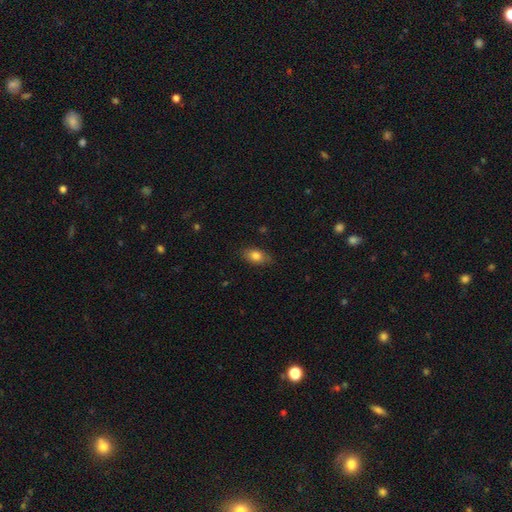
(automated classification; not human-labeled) This appears to be a smooth galaxy with no disk features (82%) that is in between round and cigar-shaped (87%). Merging: none (85%).